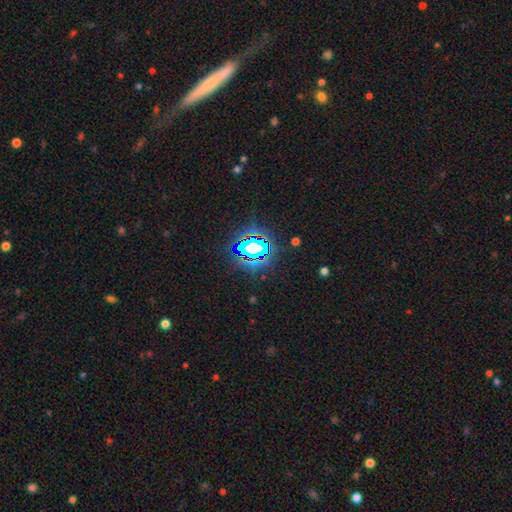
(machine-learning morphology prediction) Smooth or featured?
  - star or artifact: 78% *
  - smooth: 12%
  - featured or disk: 9%